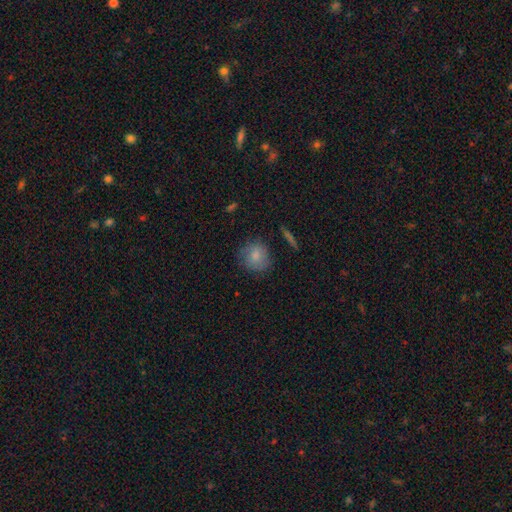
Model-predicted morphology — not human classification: smooth_or_featured: smooth (p=0.82) [alt: featured or disk p=0.10]
how_rounded: round (p=0.86) [alt: in between p=0.13]
merging: none (p=0.77) [alt: minor disturbance p=0.17]